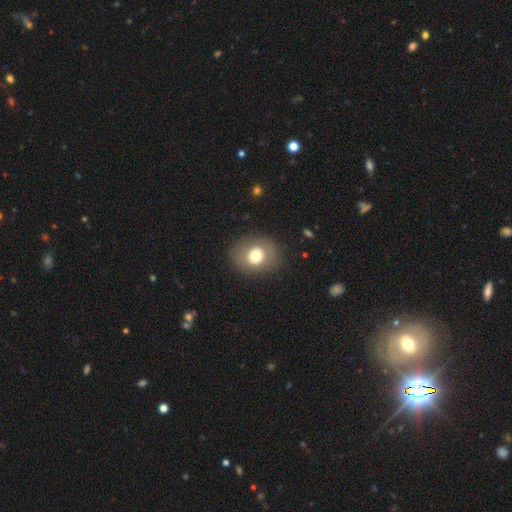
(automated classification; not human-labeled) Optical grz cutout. It shows a smooth galaxy with no disk features (72%) that is round (62%). Merging: none (84%).